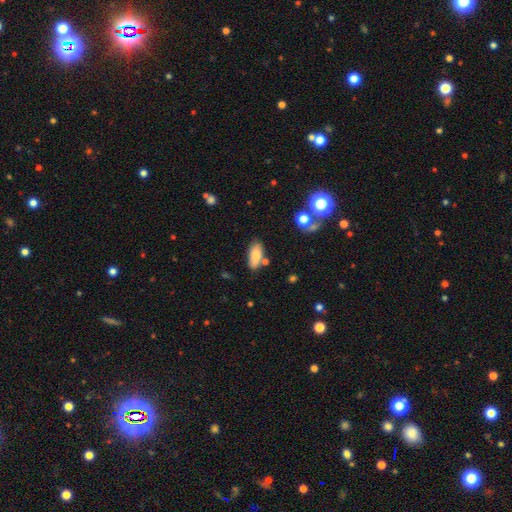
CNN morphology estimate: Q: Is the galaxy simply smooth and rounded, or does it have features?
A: smooth — 82%.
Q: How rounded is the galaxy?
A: in between — 84%.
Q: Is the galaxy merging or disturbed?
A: none — 73%.